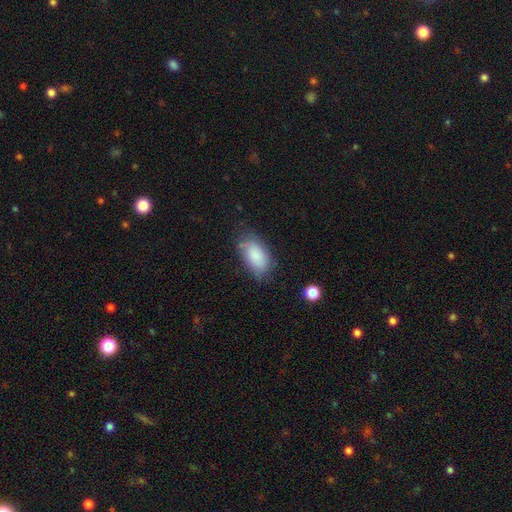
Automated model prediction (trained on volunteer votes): Smooth or featured? smooth (84%)
How rounded? in between (93%)
Merging? none (71%)